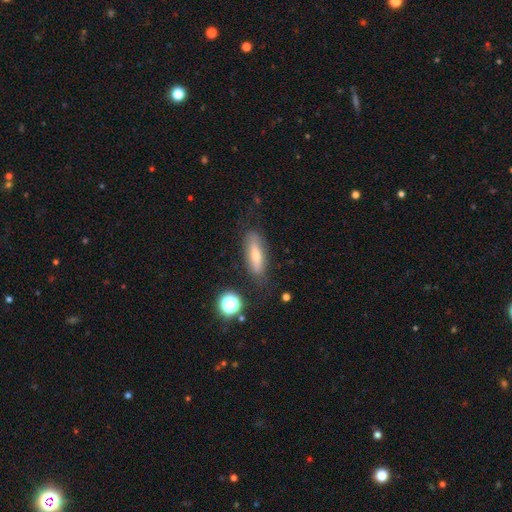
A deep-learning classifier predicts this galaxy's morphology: Q: Smooth or featured?
A: smooth (56%); runner-up: featured or disk (35%)
Q: How rounded?
A: cigar-shaped (53%); runner-up: in between (44%)
Q: Merging?
A: none (75%); runner-up: minor disturbance (17%)